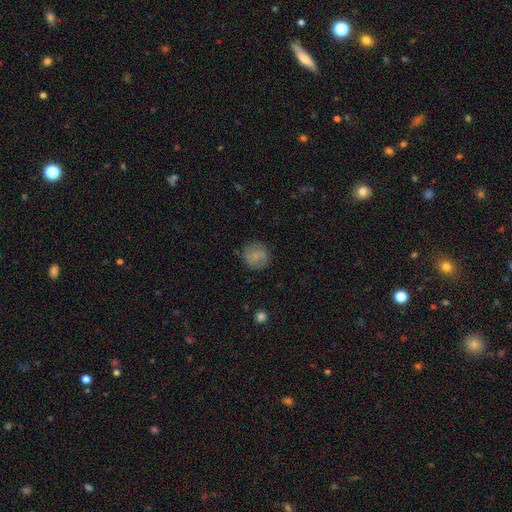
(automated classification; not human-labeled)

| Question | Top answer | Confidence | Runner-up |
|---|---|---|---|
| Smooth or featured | smooth | 54% | featured or disk (38%) |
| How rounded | round | 87% | in between (12%) |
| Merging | none | 80% | minor disturbance (14%) |